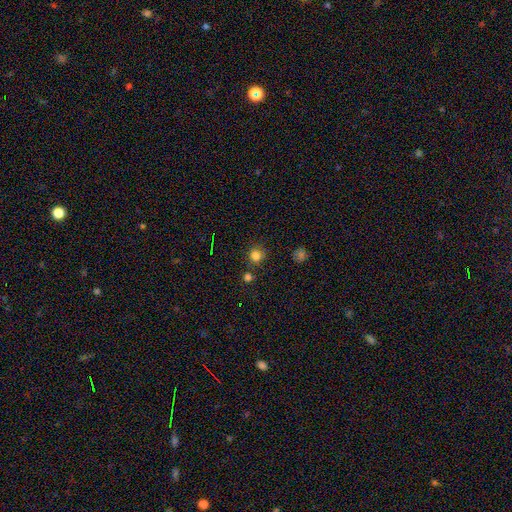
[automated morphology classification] smooth 79%, star or artifact 16%, featured or disk 5%. Down the decision tree: how rounded — round (89%); merging — none (78%).